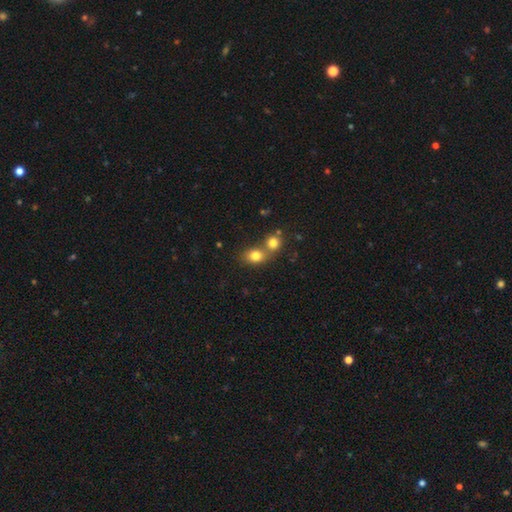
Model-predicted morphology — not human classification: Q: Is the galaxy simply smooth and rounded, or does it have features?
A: smooth — 79%.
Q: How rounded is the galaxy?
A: round — 58%.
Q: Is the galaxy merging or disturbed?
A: merger — 48%.